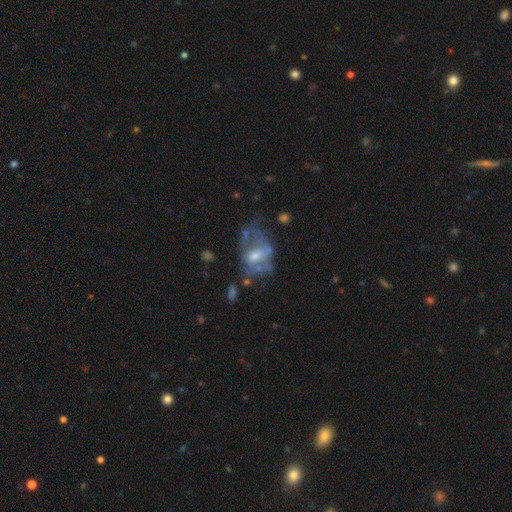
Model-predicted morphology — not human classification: This is likely a featured or disk galaxy (63%). It is clearly not viewed edge-on (96%). Bar: possibly no (56%). Spiral arm pattern: likely no (68%). Central bulge: possibly moderate (52%). Merging: marginally none (35%).